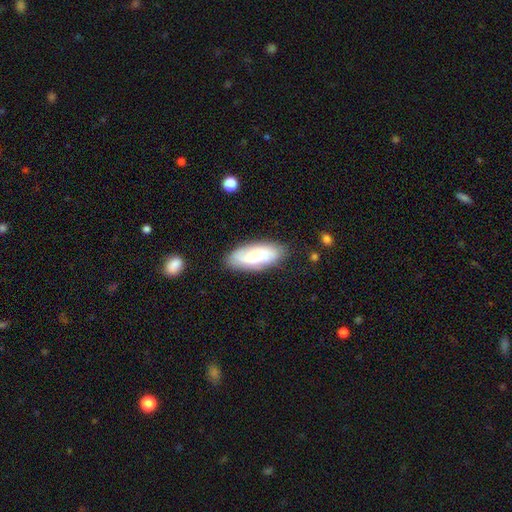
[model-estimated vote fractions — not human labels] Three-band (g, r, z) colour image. It shows a smooth galaxy with no disk features (48%). Merging: none (81%).